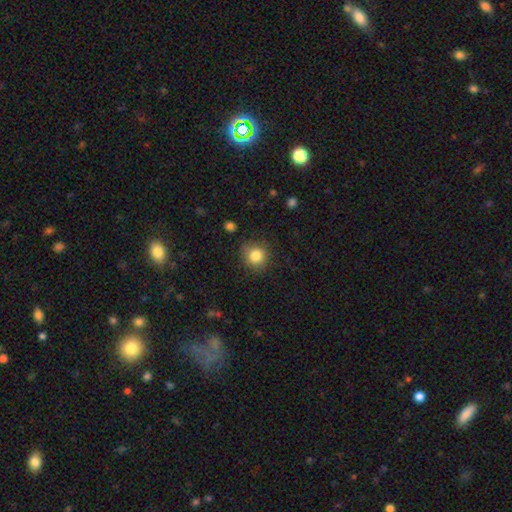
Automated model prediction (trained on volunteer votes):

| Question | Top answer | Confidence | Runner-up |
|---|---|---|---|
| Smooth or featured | smooth | 83% | star or artifact (10%) |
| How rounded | round | 87% | in between (12%) |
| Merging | none | 83% | minor disturbance (13%) |